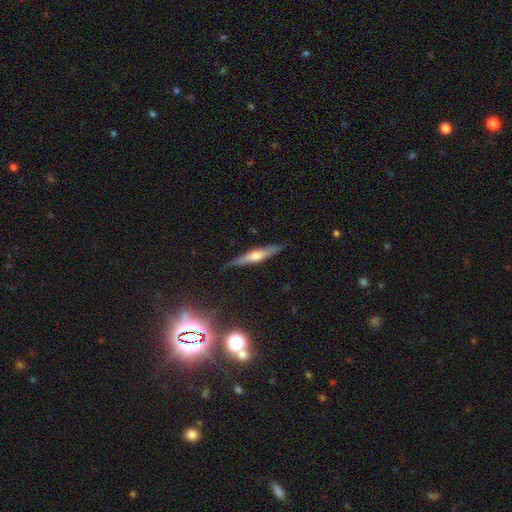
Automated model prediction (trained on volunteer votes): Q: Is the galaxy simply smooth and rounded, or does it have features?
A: featured or disk — 54%.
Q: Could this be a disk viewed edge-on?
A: yes — 90%.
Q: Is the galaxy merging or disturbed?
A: none — 84%.